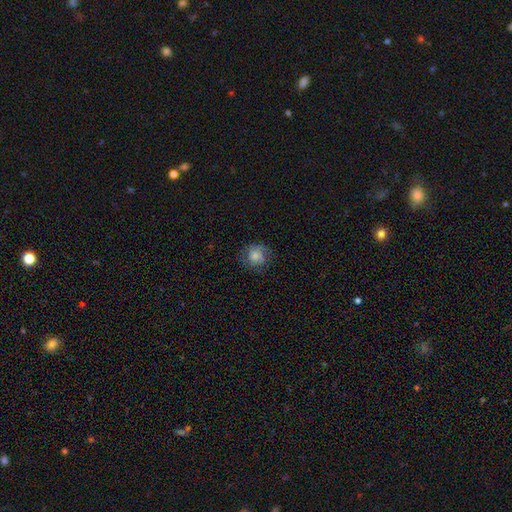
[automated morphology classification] smooth_or_featured: smooth (p=0.63) [alt: featured or disk p=0.27]
how_rounded: round (p=0.78) [alt: in between p=0.21]
merging: none (p=0.69) [alt: minor disturbance p=0.20]